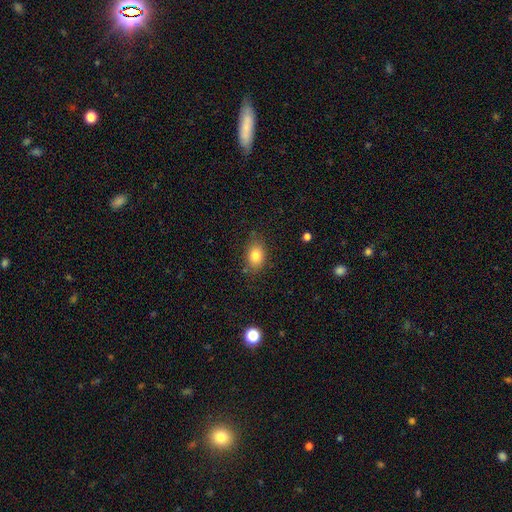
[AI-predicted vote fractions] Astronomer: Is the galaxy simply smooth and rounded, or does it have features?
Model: smooth — 81%.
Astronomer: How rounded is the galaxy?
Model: in between — 75%.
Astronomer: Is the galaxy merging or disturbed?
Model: none — 82%.